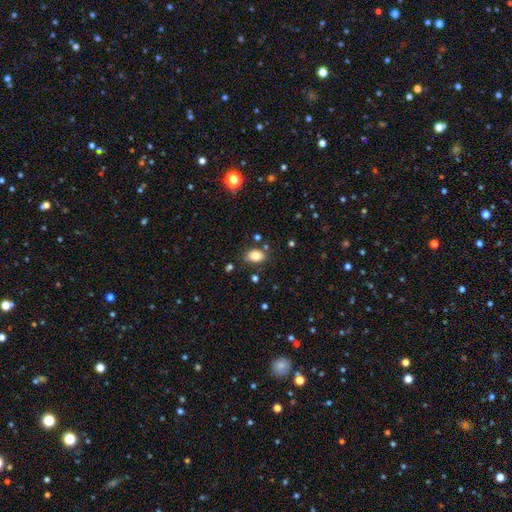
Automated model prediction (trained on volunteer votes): This is clearly a smooth galaxy (82%). How rounded: likely in between (79%). Merging: likely none (77%).